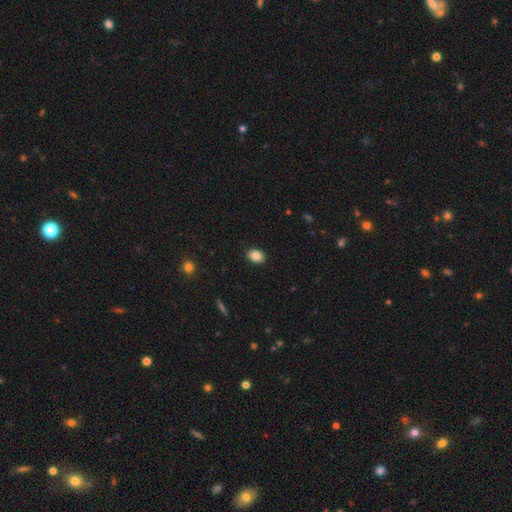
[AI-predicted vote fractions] Smooth or featured?
  - smooth: 86% *
  - star or artifact: 9%
  - featured or disk: 5%
How rounded?
  - in between: 73% *
  - round: 26%
  - cigar-shaped: 1%
Merging?
  - none: 90% *
  - minor disturbance: 7%
  - major disturbance: 2%
  - merger: 1%